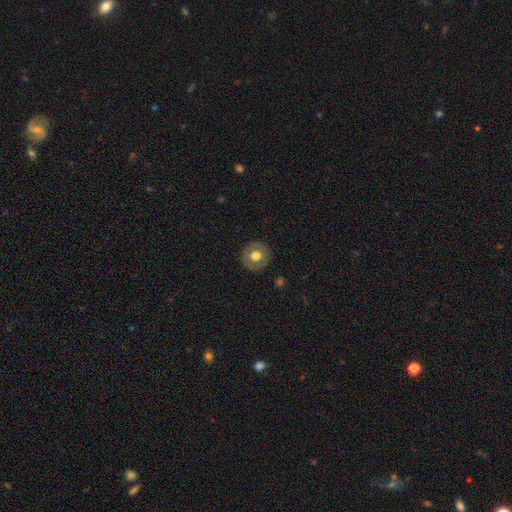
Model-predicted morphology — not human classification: type=smooth (61%); roundness=round (91%); merging=none (89%).